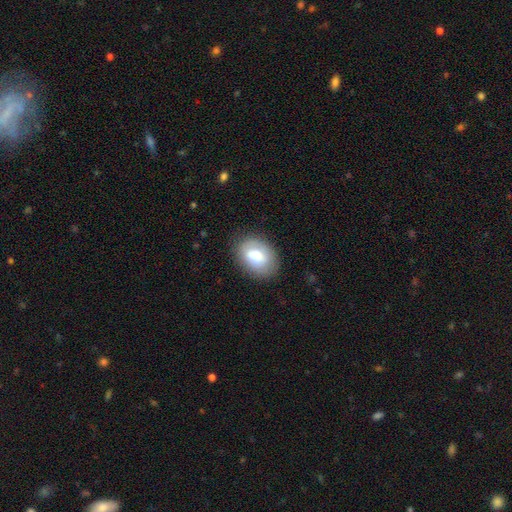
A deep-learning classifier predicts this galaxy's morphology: Smooth or featured?
  - smooth: 75% *
  - featured or disk: 18%
  - star or artifact: 7%
How rounded?
  - in between: 78% *
  - round: 21%
  - cigar-shaped: 1%
Merging?
  - none: 81% *
  - minor disturbance: 14%
  - major disturbance: 4%
  - merger: 1%